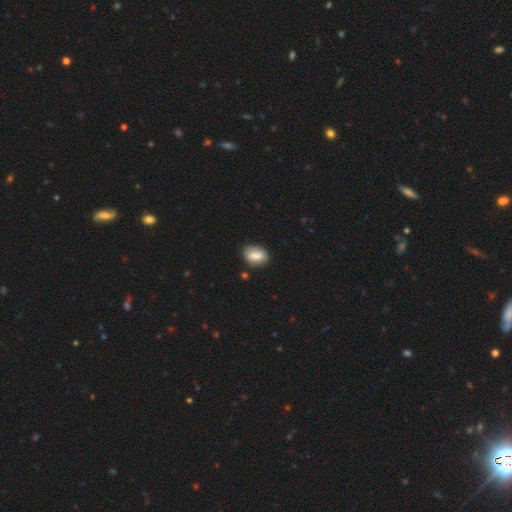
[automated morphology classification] Q: Smooth or featured?
A: smooth (75%); runner-up: featured or disk (18%)
Q: How rounded?
A: in between (83%); runner-up: round (14%)
Q: Merging?
A: none (79%); runner-up: minor disturbance (15%)